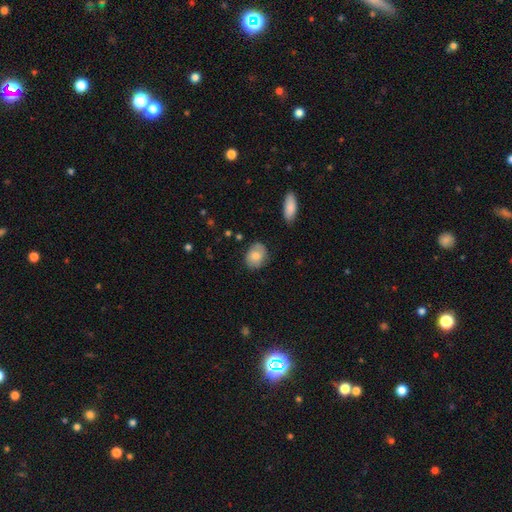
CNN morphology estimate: Smooth or featured: smooth — 75% (featured or disk — 18%)
How rounded: in between — 51% (round — 48%)
Merging: none — 77% (minor disturbance — 18%)